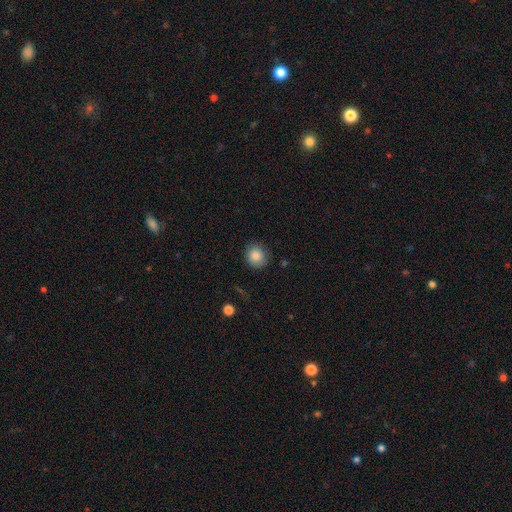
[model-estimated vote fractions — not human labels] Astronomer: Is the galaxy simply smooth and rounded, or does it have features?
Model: smooth — 85%.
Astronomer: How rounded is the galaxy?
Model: round — 85%.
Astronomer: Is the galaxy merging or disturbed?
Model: none — 85%.